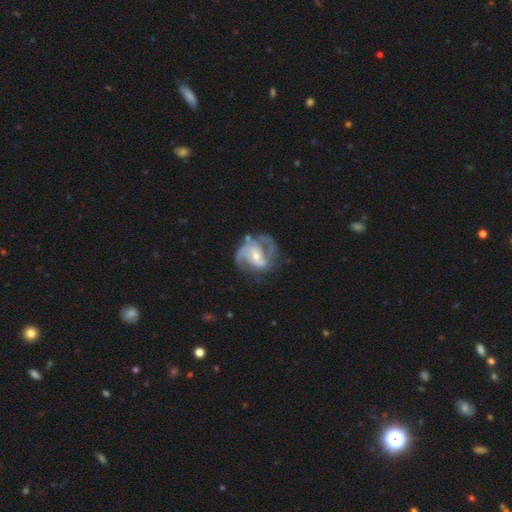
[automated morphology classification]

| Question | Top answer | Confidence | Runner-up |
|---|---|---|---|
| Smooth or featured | featured or disk | 84% | smooth (11%) |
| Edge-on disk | no | 98% | yes (2%) |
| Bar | no | 48% | weak (38%) |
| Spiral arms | yes | 90% | no (10%) |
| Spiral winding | medium | 47% | tight (31%) |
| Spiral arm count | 2 | 56% | can't tell (17%) |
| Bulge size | moderate | 48% | small (47%) |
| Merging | none | 48% | major disturbance (25%) |